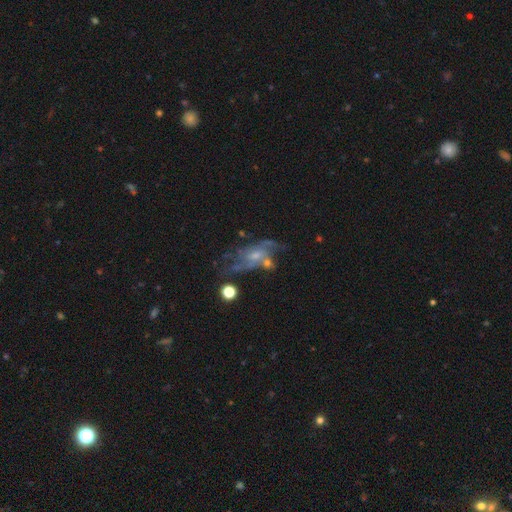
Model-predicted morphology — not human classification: featured or disk 75%, smooth 14%, star or artifact 12%. Down the decision tree: edge-on disk — no (94%); bar — no (57%); spiral arms — yes (80%); spiral arm count — 2 (43%); spiral winding — loose (42%); bulge size — small (52%); merging — none (45%).